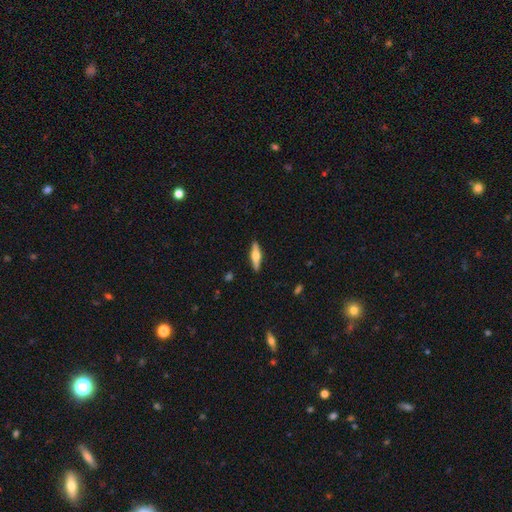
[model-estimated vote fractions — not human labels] Q: Smooth or featured?
A: featured or disk (57%); runner-up: smooth (38%)
Q: Edge-on disk?
A: yes (95%); runner-up: no (5%)
Q: Edge-on bulge?
A: rounded (93%); runner-up: boxy (5%)
Q: Merging?
A: none (90%); runner-up: minor disturbance (7%)